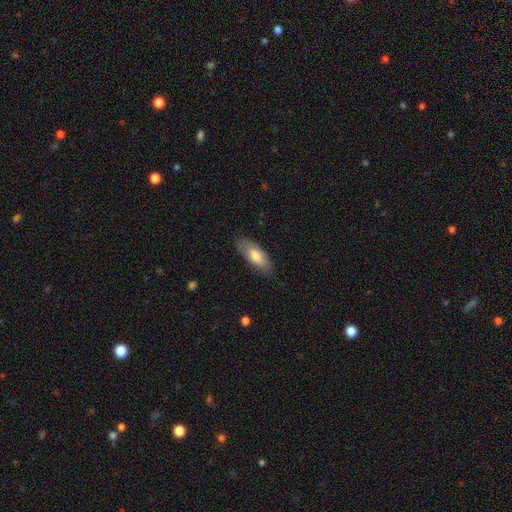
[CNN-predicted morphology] Smooth or featured?
  - smooth: 73% *
  - featured or disk: 21%
  - star or artifact: 6%
How rounded?
  - in between: 79% *
  - cigar-shaped: 19%
  - round: 2%
Merging?
  - none: 81% *
  - minor disturbance: 15%
  - major disturbance: 3%
  - merger: 1%